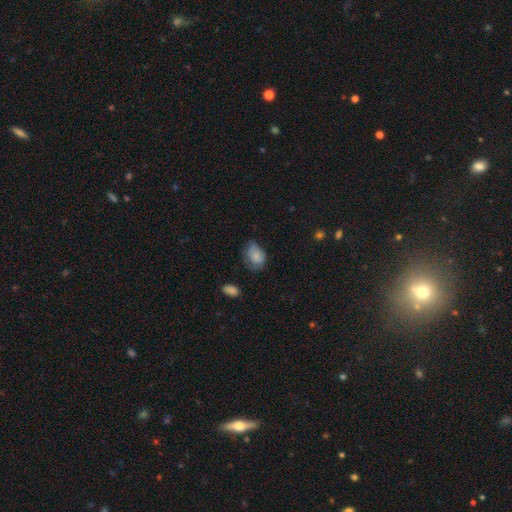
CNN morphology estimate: Smooth or featured?
  - smooth: 76% *
  - featured or disk: 15%
  - star or artifact: 8%
How rounded?
  - in between: 74% *
  - round: 25%
  - cigar-shaped: 1%
Merging?
  - none: 41% * (tied)
  - minor disturbance: 41% * (tied)
  - major disturbance: 16%
  - merger: 2%